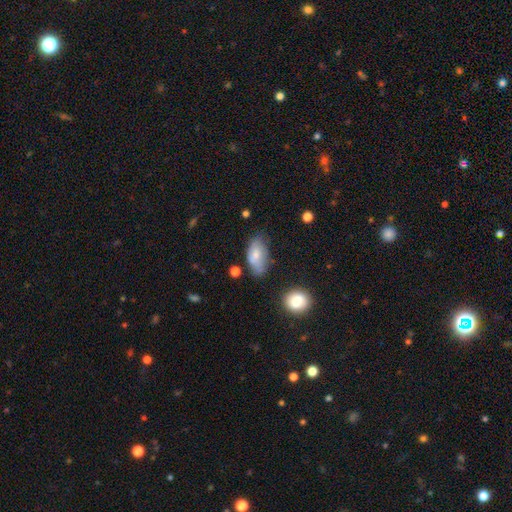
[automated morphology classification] Q: Smooth or featured?
A: smooth (68%); runner-up: featured or disk (24%)
Q: How rounded?
A: in between (92%); runner-up: round (4%)
Q: Merging?
A: none (53%); runner-up: minor disturbance (32%)